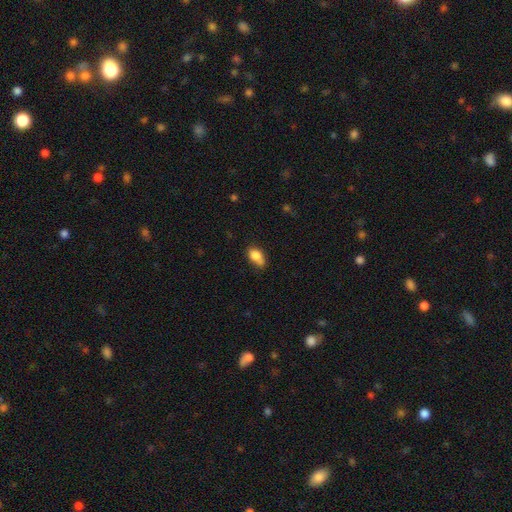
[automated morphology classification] A smooth galaxy with no disk features (80%) that is in between round and cigar-shaped (81%).

Vote fractions:
- Smooth or featured? smooth: 80% / featured or disk: 10% / star or artifact: 9%
- How rounded? in between: 81% / round: 16% / cigar-shaped: 3%
- Merging? none: 47% / minor disturbance: 30% / merger: 15% / major disturbance: 9%